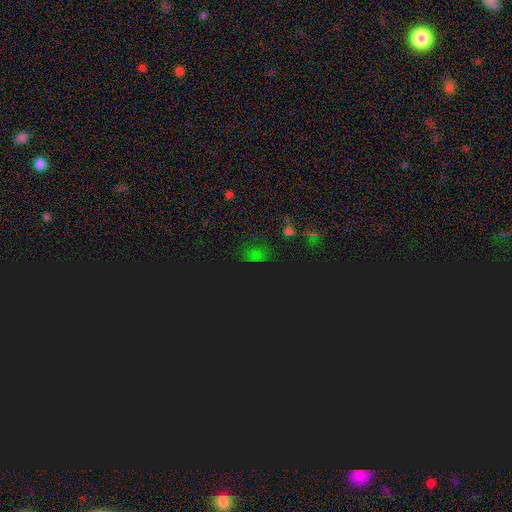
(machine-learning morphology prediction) smooth-or-featured: star or artifact: 70% | smooth: 24% | featured or disk: 7%